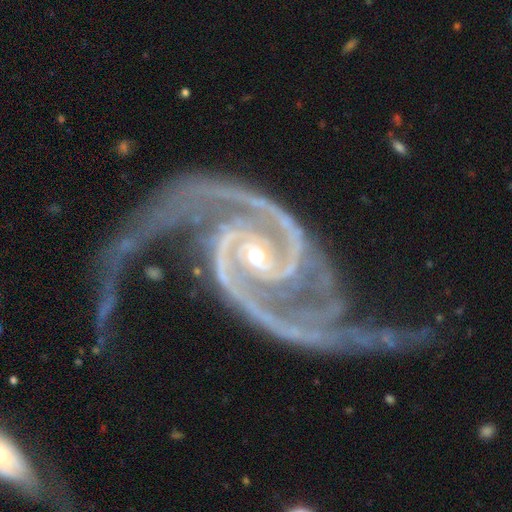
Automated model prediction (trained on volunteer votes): smooth_or_featured: featured or disk (p=0.95) [alt: star or artifact p=0.03]
disk_edge_on: no (p=0.98) [alt: yes p=0.02]
bar: no (p=0.41) [alt: weak p=0.32]
has_spiral_arms: yes (p=0.99) [alt: no p=0.01]
spiral_winding: medium (p=0.55) [alt: tight p=0.24]
spiral_arm_count: 2 (p=0.91) [alt: 3 p=0.02]
bulge_size: small (p=0.80) [alt: moderate p=0.17]
merging: none (p=0.41) [alt: major disturbance p=0.28]